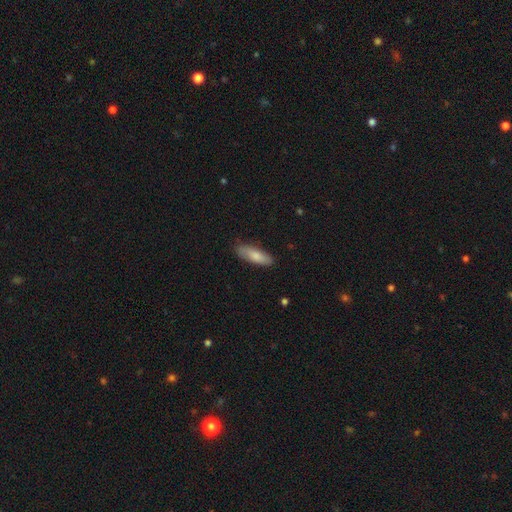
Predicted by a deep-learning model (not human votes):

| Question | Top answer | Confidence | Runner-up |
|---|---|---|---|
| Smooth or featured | smooth | 80% | featured or disk (14%) |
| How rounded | in between | 54% | cigar-shaped (44%) |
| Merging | none | 83% | minor disturbance (13%) |